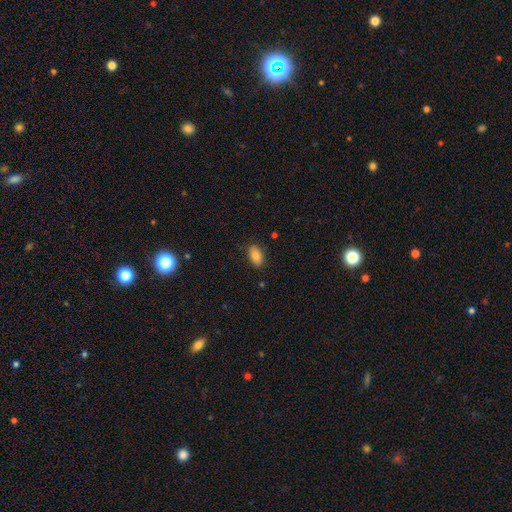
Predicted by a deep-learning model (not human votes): A smooth galaxy with no disk features (82%) that is in between round and cigar-shaped (92%). Merging: none (85%).